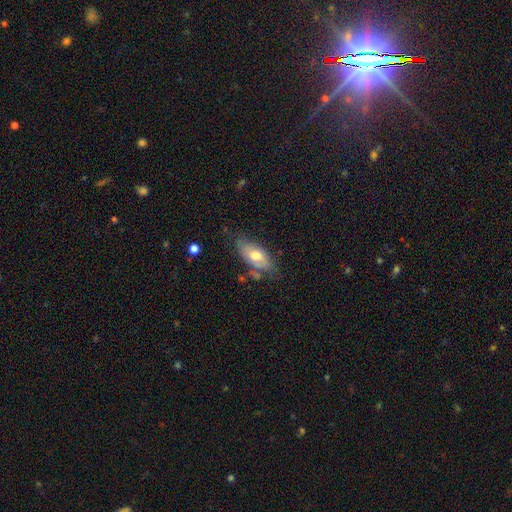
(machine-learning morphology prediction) This appears to be a smooth galaxy with no disk features (61%) that is in between round and cigar-shaped (87%). Merging: none (61%).